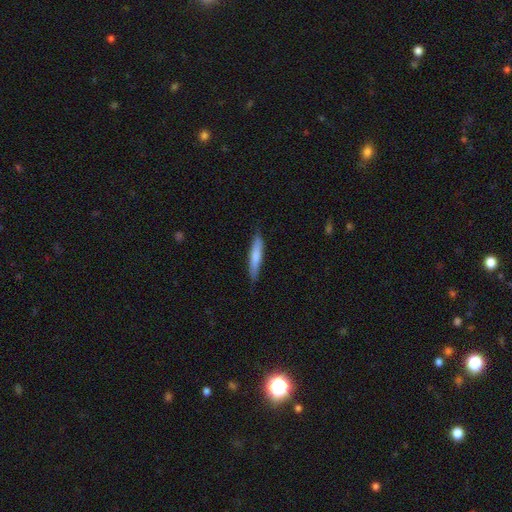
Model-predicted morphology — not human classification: This is likely a smooth galaxy (74%). How rounded: clearly cigar-shaped (90%). Merging: clearly none (83%).